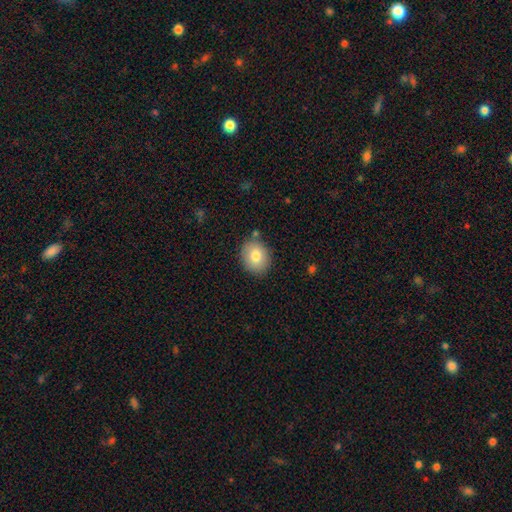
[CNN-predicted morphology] smooth_or_featured: smooth (p=0.80) [alt: featured or disk p=0.12]
how_rounded: round (p=0.57) [alt: in between p=0.43]
merging: none (p=0.82) [alt: minor disturbance p=0.11]